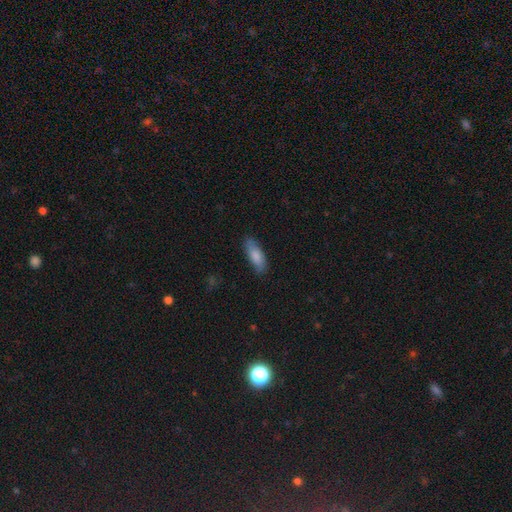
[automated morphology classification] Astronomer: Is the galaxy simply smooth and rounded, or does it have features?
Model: smooth — 80%.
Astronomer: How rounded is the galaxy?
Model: in between — 63%.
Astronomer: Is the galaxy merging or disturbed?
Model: none — 78%.